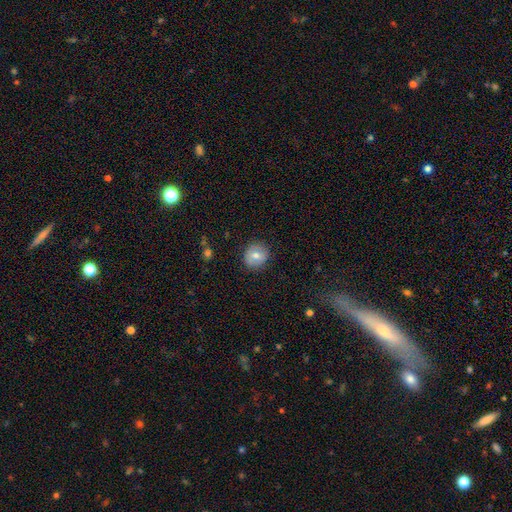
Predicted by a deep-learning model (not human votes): A smooth galaxy with no disk features (72%) that is round (85%). Merging: none (87%).